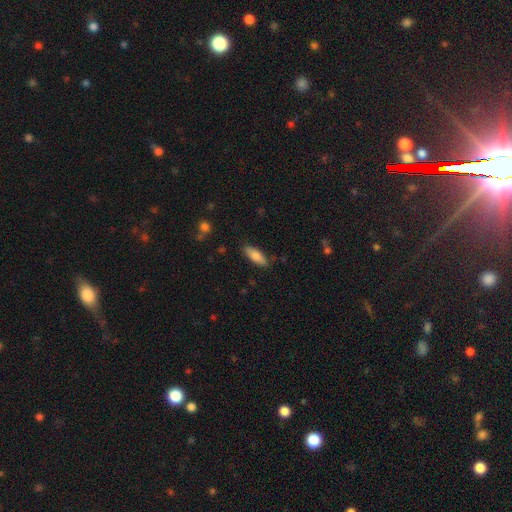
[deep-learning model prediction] A smooth galaxy with no disk features (76%) that is in between round and cigar-shaped (61%).

Vote fractions:
- Smooth or featured? smooth: 76% / featured or disk: 18% / star or artifact: 6%
- How rounded? in between: 61% / cigar-shaped: 37% / round: 2%
- Merging? none: 85% / minor disturbance: 12% / major disturbance: 2% / merger: 2%